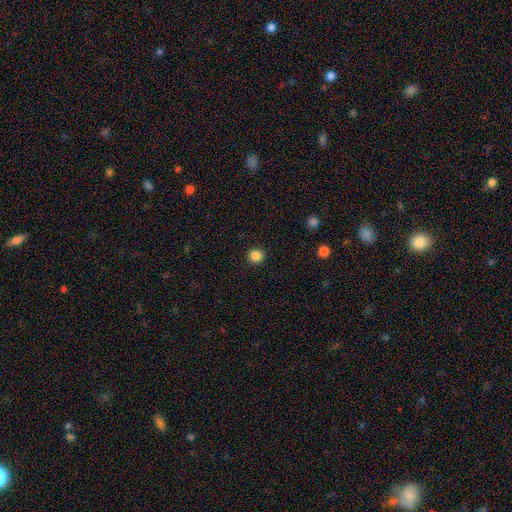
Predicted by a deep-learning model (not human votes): Smooth or featured? smooth (86%)
How rounded? round (94%)
Merging? none (92%)